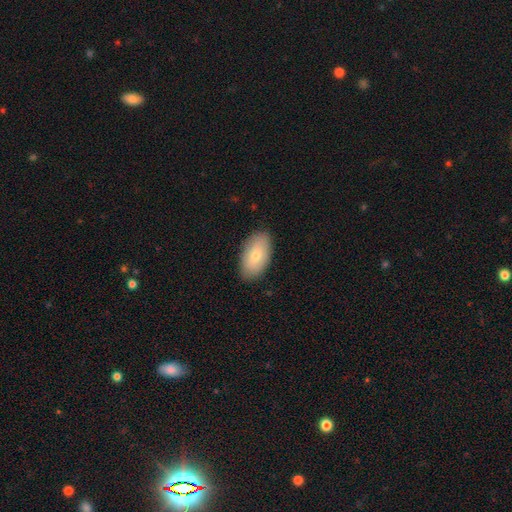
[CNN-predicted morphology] A smooth galaxy with no disk features (74%) that is in between round and cigar-shaped (94%). Merging: none (86%).